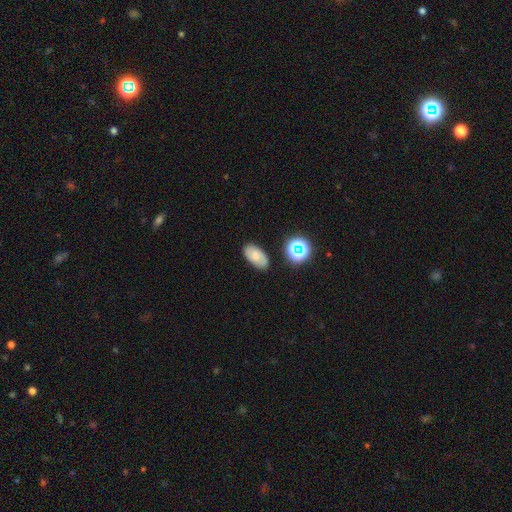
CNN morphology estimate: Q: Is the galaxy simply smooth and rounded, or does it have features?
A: smooth — 63%.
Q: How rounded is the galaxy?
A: in between — 92%.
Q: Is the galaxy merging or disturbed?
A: none — 82%.